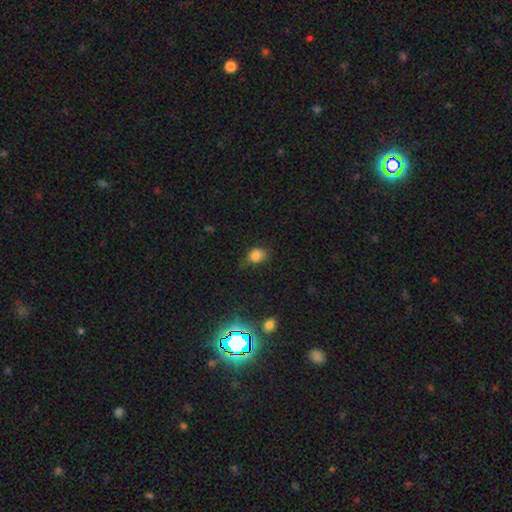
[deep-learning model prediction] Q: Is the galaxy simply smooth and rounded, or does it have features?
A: smooth — 79%.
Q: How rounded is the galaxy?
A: in between — 63%.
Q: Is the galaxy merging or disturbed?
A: none — 54%.